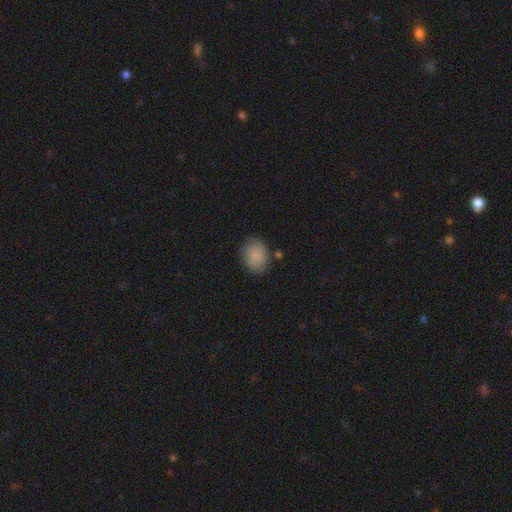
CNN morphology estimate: smooth 87%, star or artifact 7%, featured or disk 6%. Down the decision tree: how rounded — in between (70%); merging — none (79%).